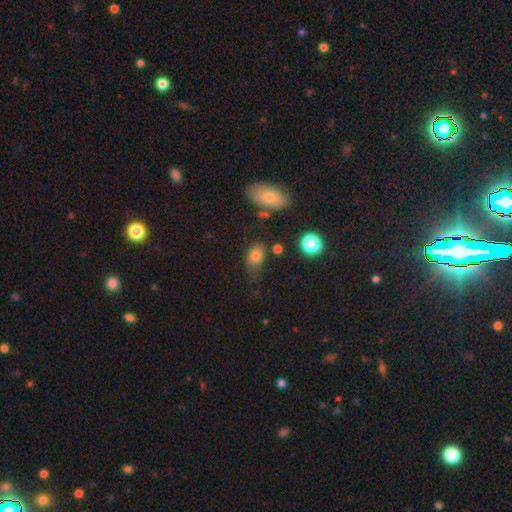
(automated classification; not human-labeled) Overall: smooth (78%). How rounded: in between (78%). Merging: none (53%; minor disturbance 29%).